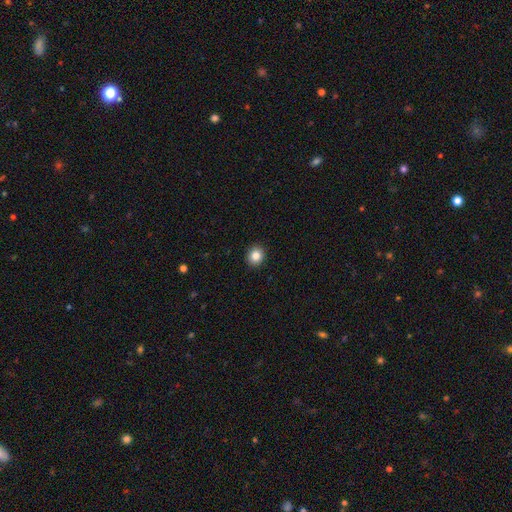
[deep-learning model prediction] Q: Smooth or featured?
A: smooth (83%); runner-up: star or artifact (10%)
Q: How rounded?
A: round (78%); runner-up: in between (21%)
Q: Merging?
A: none (92%); runner-up: minor disturbance (5%)